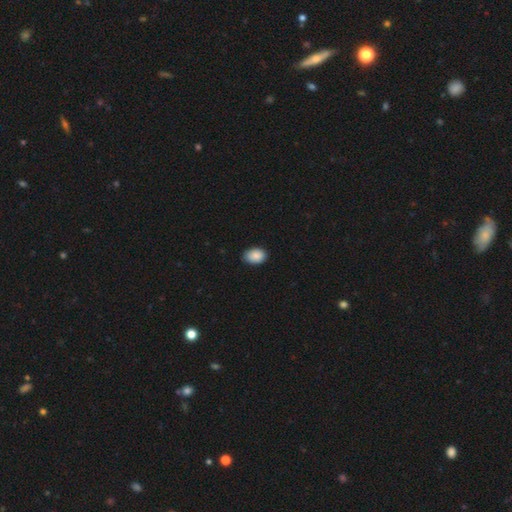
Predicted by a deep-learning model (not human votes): Q: Smooth or featured?
A: smooth (89%); runner-up: star or artifact (7%)
Q: How rounded?
A: in between (83%); runner-up: round (16%)
Q: Merging?
A: none (84%); runner-up: minor disturbance (13%)